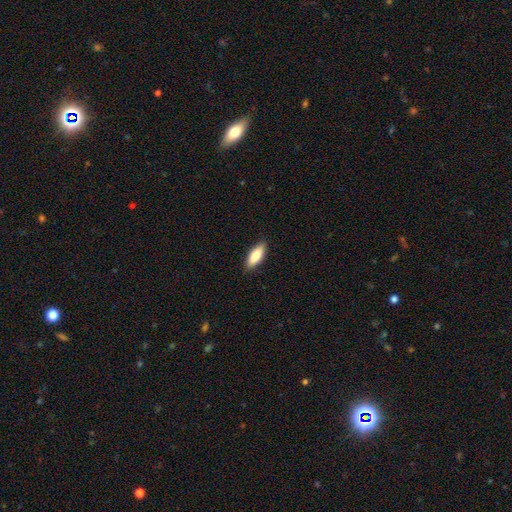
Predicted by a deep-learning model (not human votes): The model was most divided on "how rounded": in between: 68%, cigar-shaped: 30%, round: 2%. More confident: merging — none (87%); smooth or featured — smooth (80%).